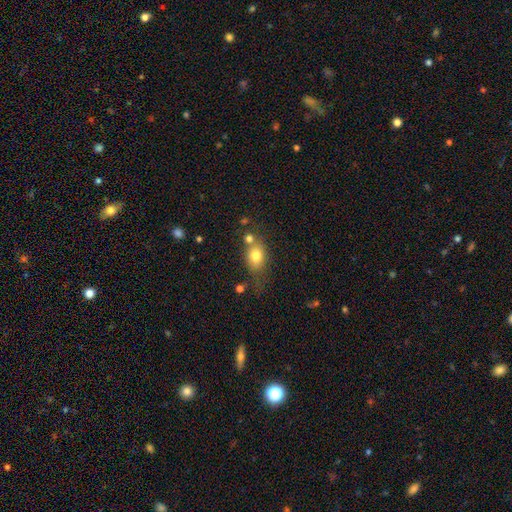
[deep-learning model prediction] Smooth or featured?
  - smooth: 77% *
  - featured or disk: 12%
  - star or artifact: 11%
How rounded?
  - in between: 56% *
  - round: 42%
  - cigar-shaped: 2%
Merging?
  - none: 54% *
  - merger: 20%
  - minor disturbance: 18%
  - major disturbance: 8%